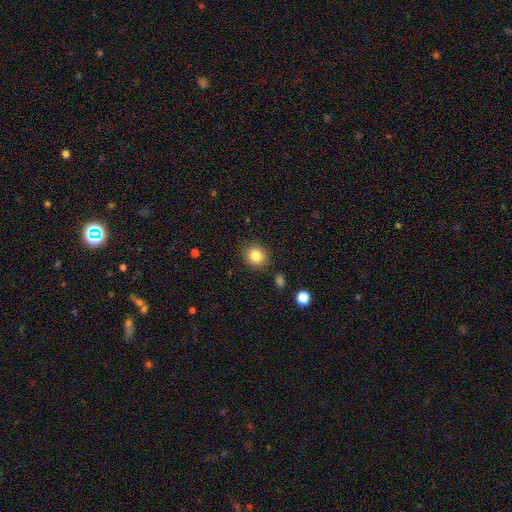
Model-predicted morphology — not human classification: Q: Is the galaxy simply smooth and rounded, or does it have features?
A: smooth — 84%.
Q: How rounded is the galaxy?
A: round — 79%.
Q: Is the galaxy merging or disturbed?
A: none — 87%.